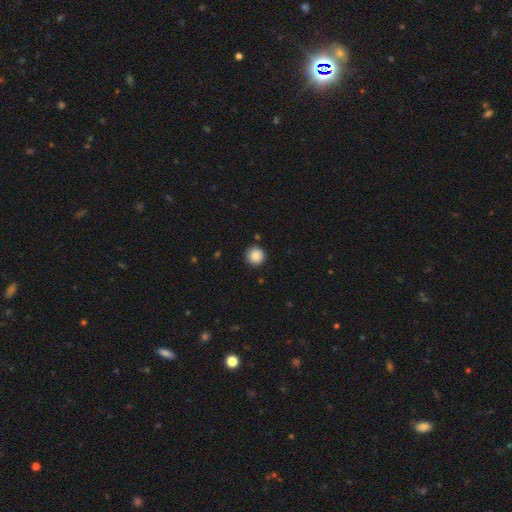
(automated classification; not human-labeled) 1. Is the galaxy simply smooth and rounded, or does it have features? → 88% smooth, 9% star or artifact, 3% featured or disk.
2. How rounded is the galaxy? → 96% round, 3% in between, 1% cigar-shaped.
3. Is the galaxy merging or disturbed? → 90% none, 7% minor disturbance, 2% major disturbance, 1% merger.